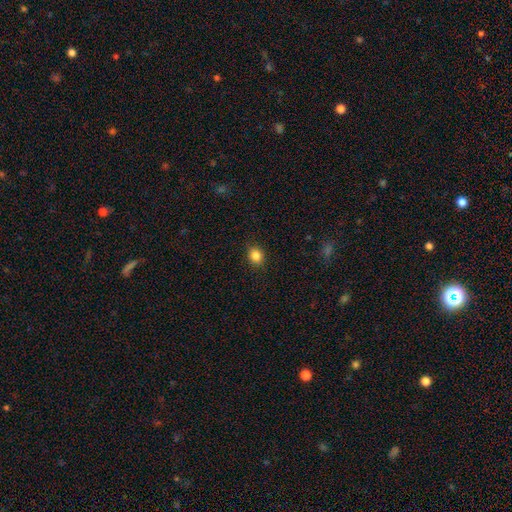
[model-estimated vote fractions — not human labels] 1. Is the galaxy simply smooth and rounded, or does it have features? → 84% smooth, 11% star or artifact, 5% featured or disk.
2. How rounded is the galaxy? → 67% round, 32% in between, 1% cigar-shaped.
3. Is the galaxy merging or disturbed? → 88% none, 9% minor disturbance, 2% major disturbance, 1% merger.